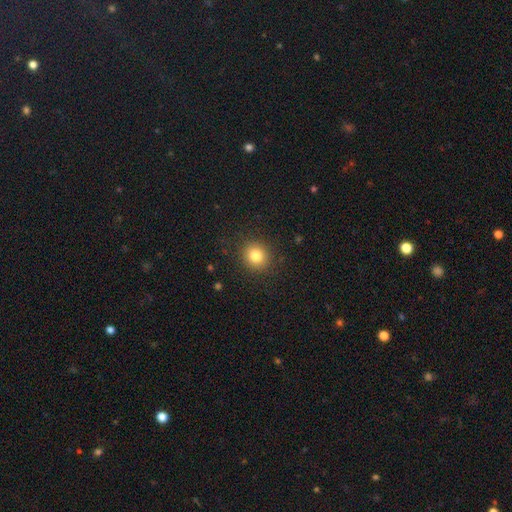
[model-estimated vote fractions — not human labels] Morphology: type=smooth (82%); roundness=round (87%); merging=none (90%).